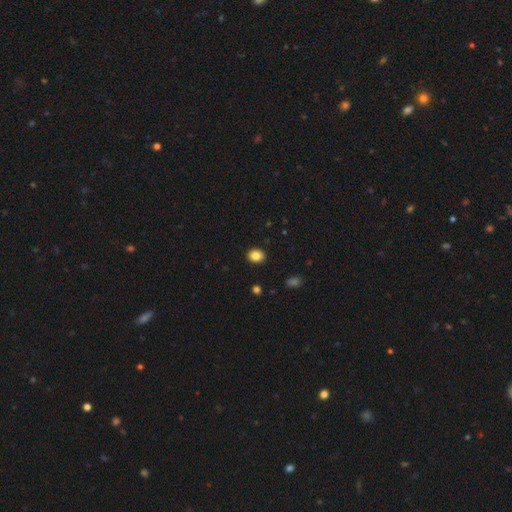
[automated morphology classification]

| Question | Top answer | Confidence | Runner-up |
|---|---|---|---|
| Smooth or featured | smooth | 84% | star or artifact (10%) |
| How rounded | round | 53% | in between (46%) |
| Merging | none | 91% | minor disturbance (7%) |